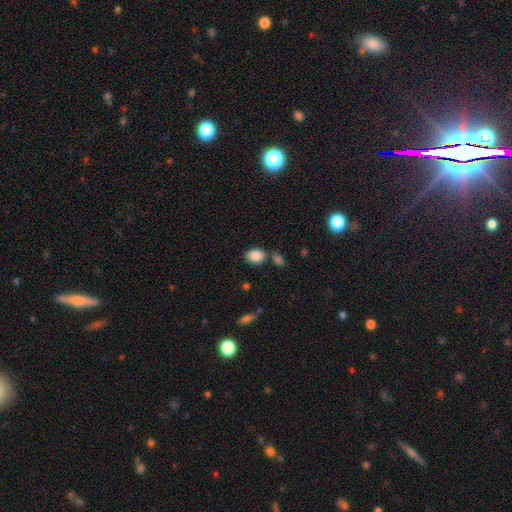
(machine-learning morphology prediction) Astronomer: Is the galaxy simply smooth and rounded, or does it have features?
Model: smooth — 87%.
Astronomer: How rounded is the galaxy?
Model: in between — 70%.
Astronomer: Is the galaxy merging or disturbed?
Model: none — 69%.